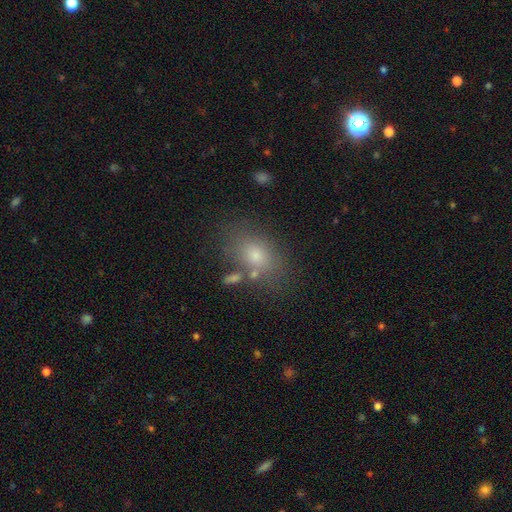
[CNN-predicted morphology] This is likely a smooth galaxy (74%). How rounded: likely in between (77%). Merging: likely none (70%).